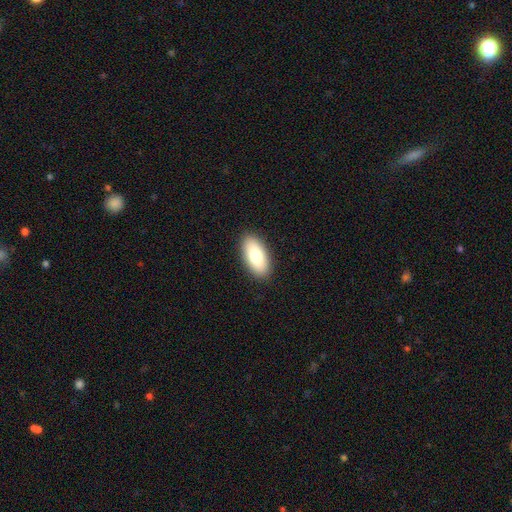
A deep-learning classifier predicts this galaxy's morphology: Q: Smooth or featured?
A: smooth (78%); runner-up: featured or disk (16%)
Q: How rounded?
A: in between (91%); runner-up: cigar-shaped (6%)
Q: Merging?
A: none (90%); runner-up: minor disturbance (7%)